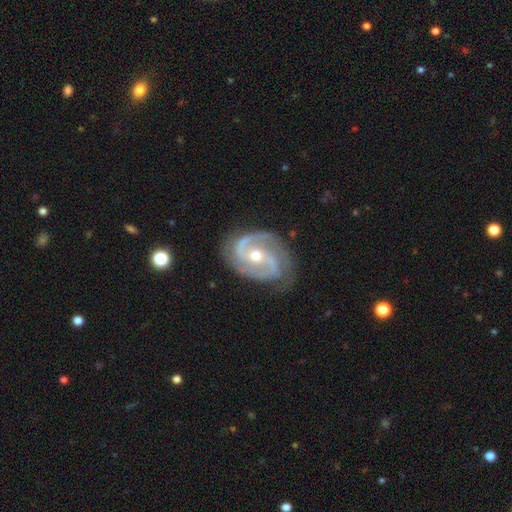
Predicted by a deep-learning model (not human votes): A featured or disk galaxy (93%) with no bar (47%), 2 (82%) medium (53%) spiral arms (98%) and a moderate central bulge (63%).

Vote fractions:
- Smooth or featured? featured or disk: 93% / star or artifact: 4% / smooth: 3%
- Edge-on disk? no: 98% / yes: 2%
- Bar? no: 47% / weak: 36% / strong: 16%
- Spiral arms? yes: 98% / no: 2%
- Spiral winding? medium: 53% / tight: 37% / loose: 10%
- Spiral arm count? 2: 82% / 3: 10% / can't tell: 3% / 1: 2% / 4: 2% / more than 4: 2%
- Bulge size? moderate: 63% / small: 33% / large: 2% / none: 1% / dominant: 1%
- Merging? none: 76% / minor disturbance: 17% / major disturbance: 5% / merger: 1%